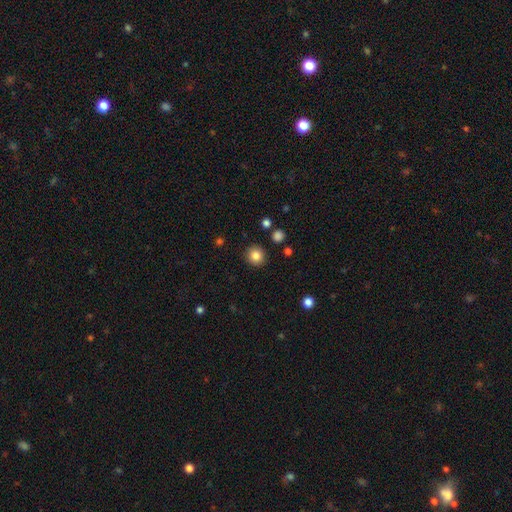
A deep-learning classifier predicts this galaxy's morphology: smooth 84%, star or artifact 11%, featured or disk 5%. Down the decision tree: how rounded — round (92%); merging — none (90%).